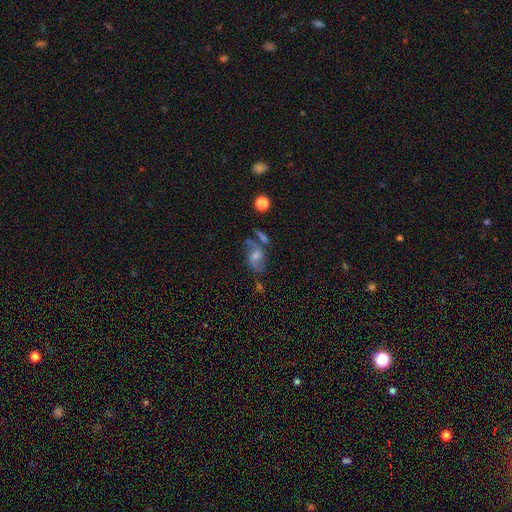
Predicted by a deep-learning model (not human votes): featured or disk 62%, smooth 22%, star or artifact 16%. Down the decision tree: edge-on disk — no (94%); bar — no (55%); spiral arms — yes (85%); bulge size — moderate (51%); merging — none (51%).